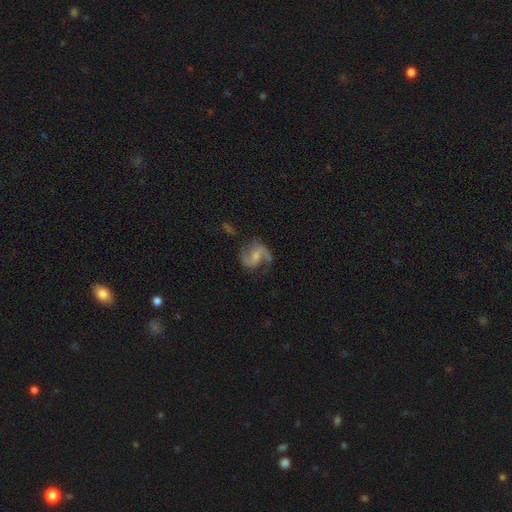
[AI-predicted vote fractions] Smooth or featured? Predicted: featured or disk (p=0.83). Edge-on disk? Predicted: no (p=0.98). Bar? Predicted: weak (p=0.47). Spiral arms? Predicted: yes (p=0.96). Spiral winding? Predicted: medium (p=0.47). Spiral arm count? Predicted: 2 (p=0.87). Bulge size? Predicted: small (p=0.44). Merging? Predicted: none (p=0.68).